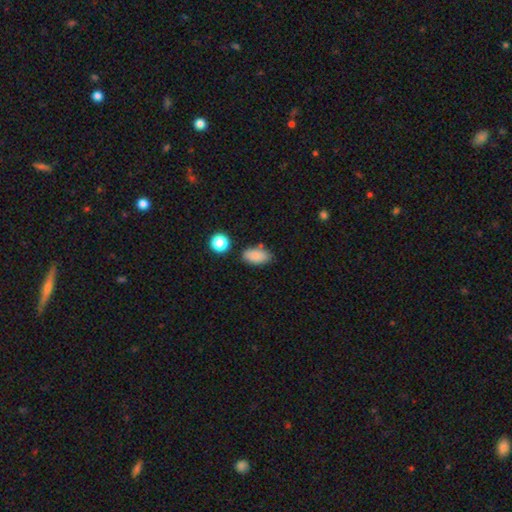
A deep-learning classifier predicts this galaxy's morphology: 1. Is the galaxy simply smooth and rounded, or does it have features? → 85% smooth, 9% star or artifact, 5% featured or disk.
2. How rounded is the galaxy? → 90% in between, 6% round, 3% cigar-shaped.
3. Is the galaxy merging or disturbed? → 75% none, 15% minor disturbance, 6% merger, 4% major disturbance.